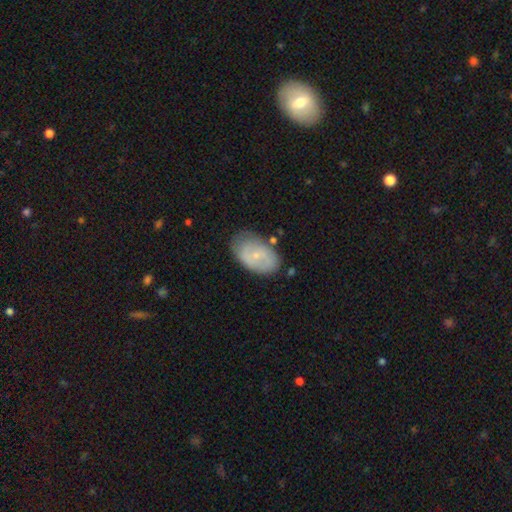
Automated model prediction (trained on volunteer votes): A smooth galaxy with no disk features (48%). Merging: none (67%).